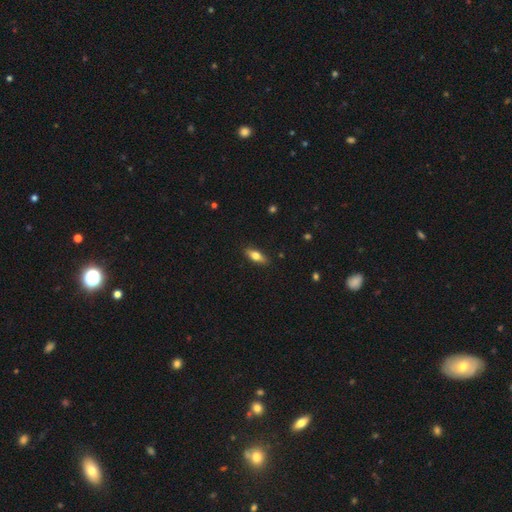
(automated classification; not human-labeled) A smooth galaxy with no disk features (58%) that is in between round and cigar-shaped (58%). Merging: none (88%).